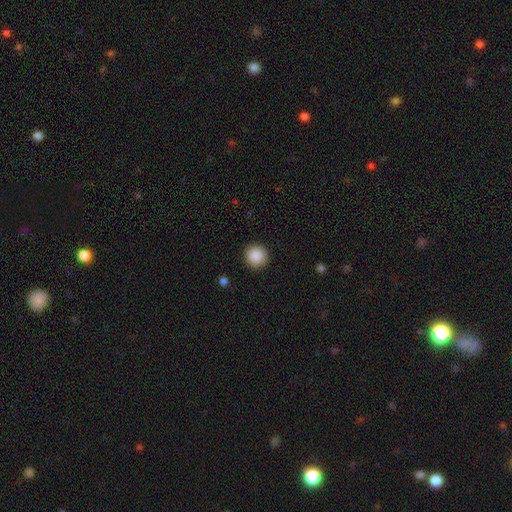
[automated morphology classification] smooth_or_featured: smooth (p=0.88) [alt: star or artifact p=0.08]
how_rounded: round (p=0.94) [alt: in between p=0.05]
merging: none (p=0.92) [alt: minor disturbance p=0.05]